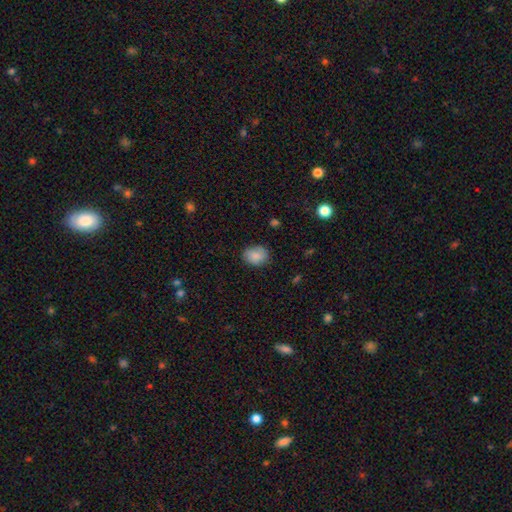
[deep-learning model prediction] This is clearly a smooth galaxy (87%). How rounded: possibly in between (57%). Merging: clearly none (83%).